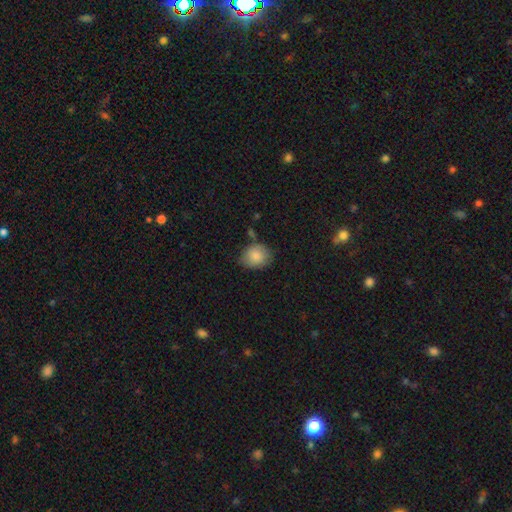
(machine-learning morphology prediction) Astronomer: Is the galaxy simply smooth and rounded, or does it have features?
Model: smooth — 86%.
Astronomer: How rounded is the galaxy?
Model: round — 54% (runner-up: in between, 45%).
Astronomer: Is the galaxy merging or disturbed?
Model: none — 68%.